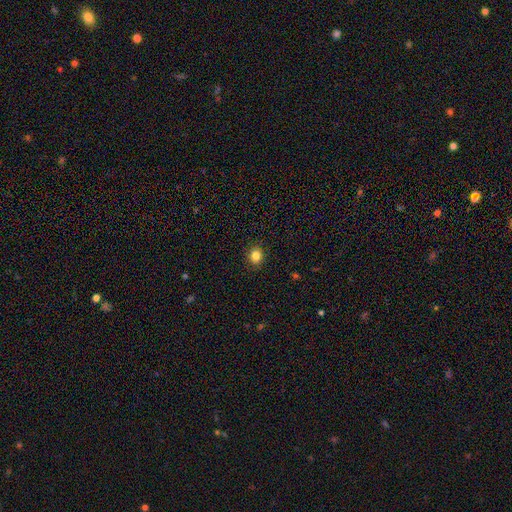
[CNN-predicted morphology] This is clearly a smooth galaxy (84%). How rounded: likely round (65%). Merging: clearly none (90%).